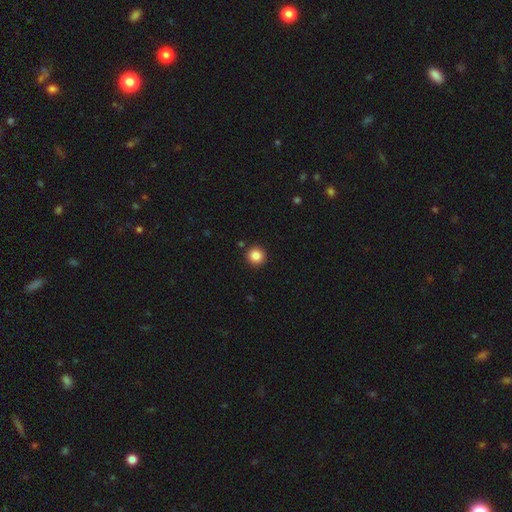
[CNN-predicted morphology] Smooth or featured: smooth — 86% (star or artifact — 10%)
How rounded: round — 96% (in between — 3%)
Merging: none — 92% (minor disturbance — 5%)